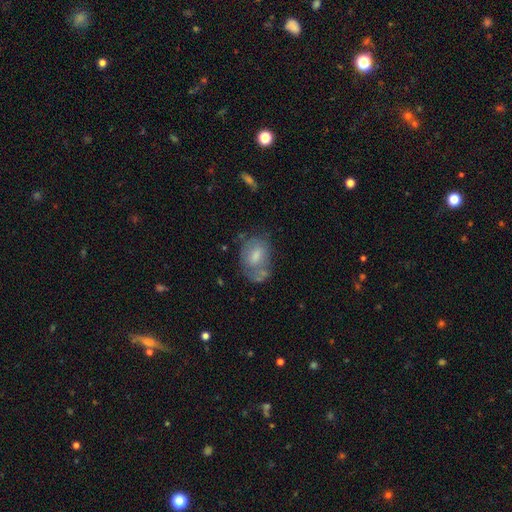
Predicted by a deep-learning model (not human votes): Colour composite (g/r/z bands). It shows a smooth galaxy with no disk features (58%) that is in between round and cigar-shaped (78%). Merging: none (47%).